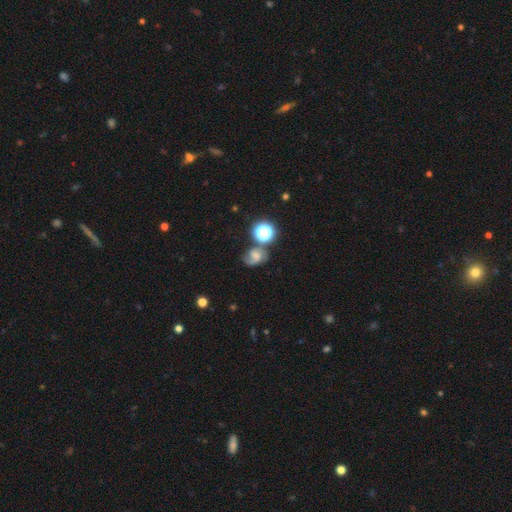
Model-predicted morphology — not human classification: Q: Smooth or featured?
A: featured or disk (47%); runner-up: smooth (35%)
Q: Merging?
A: none (49%); runner-up: minor disturbance (21%)